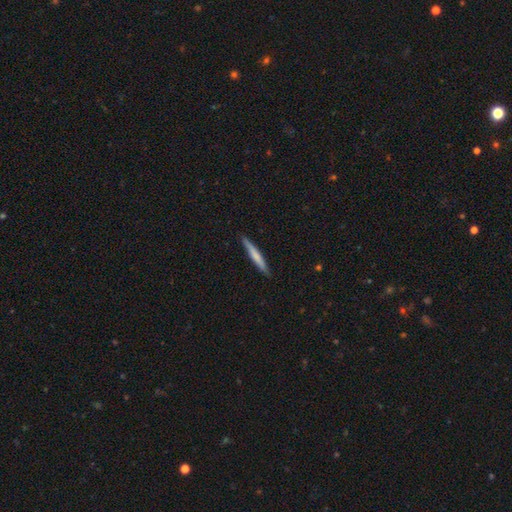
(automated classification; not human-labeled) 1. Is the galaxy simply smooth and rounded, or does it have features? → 61% smooth, 34% featured or disk, 5% star or artifact.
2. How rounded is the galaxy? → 96% cigar-shaped, 3% in between, 1% round.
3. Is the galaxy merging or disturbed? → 90% none, 8% minor disturbance, 1% major disturbance, 1% merger.